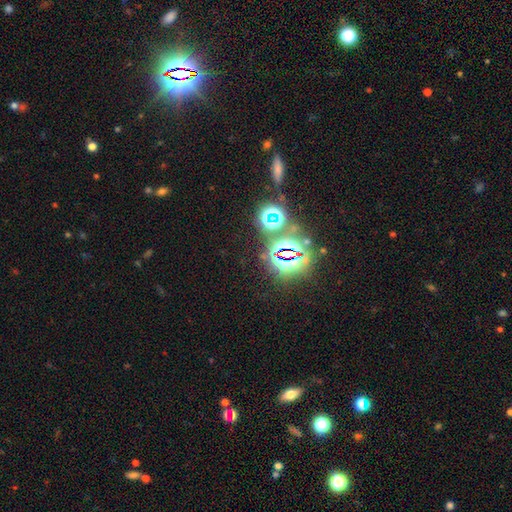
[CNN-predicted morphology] Smooth or featured? star or artifact (80%)